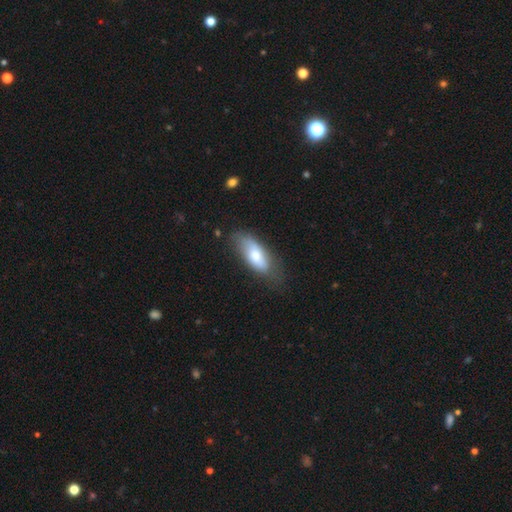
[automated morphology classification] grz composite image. It shows a smooth galaxy with no disk features (70%) that is in between round and cigar-shaped (78%). Merging: none (63%).